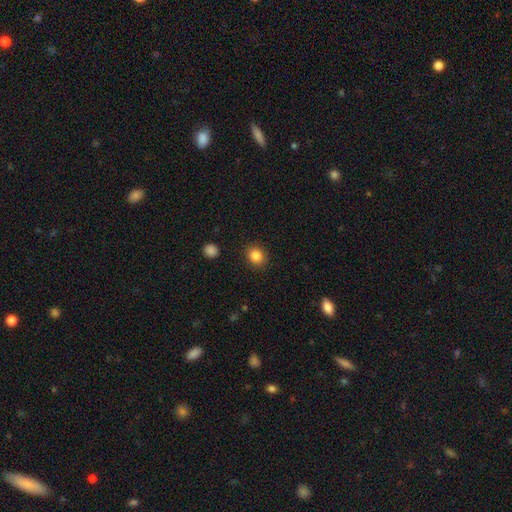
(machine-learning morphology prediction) Smooth or featured? smooth (86%)
How rounded? round (69%)
Merging? none (89%)